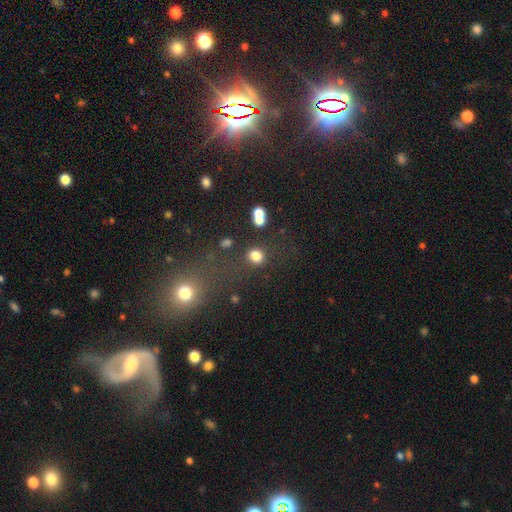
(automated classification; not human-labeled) smooth-or-featured: smooth: 79% | star or artifact: 14% | featured or disk: 7%
  how-rounded: round: 66% | in between: 33% | cigar-shaped: 1%
  merging: none: 70% | merger: 12% | minor disturbance: 12% | major disturbance: 6%